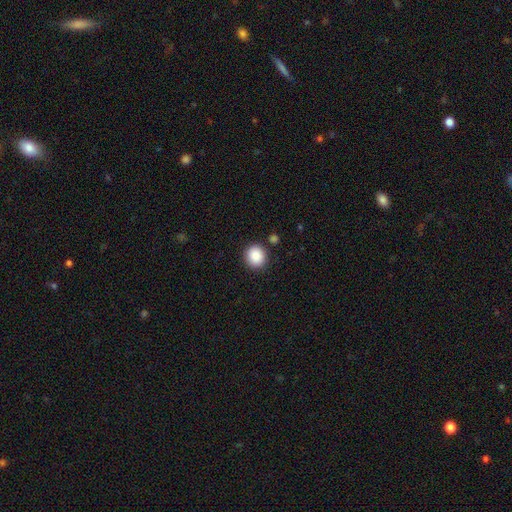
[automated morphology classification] Smooth or featured? Predicted: smooth (p=0.88). How rounded? Predicted: round (p=0.87). Merging? Predicted: none (p=0.87).